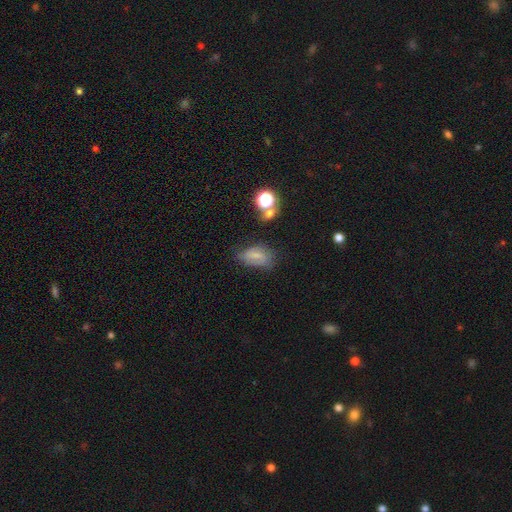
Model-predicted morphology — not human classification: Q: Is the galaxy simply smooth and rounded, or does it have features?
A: smooth — 56%.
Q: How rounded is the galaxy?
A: in between — 84%.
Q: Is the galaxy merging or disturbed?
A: none — 52%.